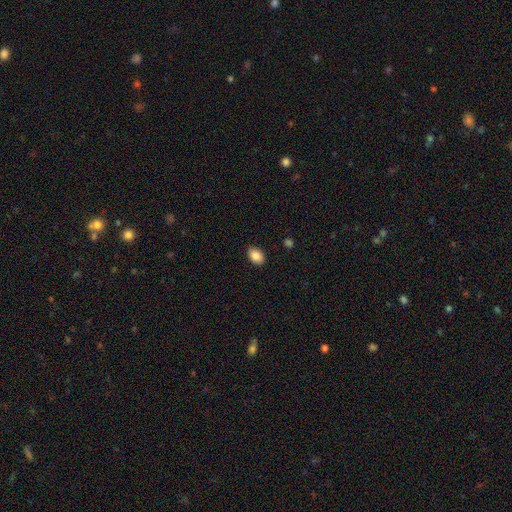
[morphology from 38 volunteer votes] Smooth or featured?
  - smooth: 87% *
  - featured or disk: 11%
  - star or artifact: 3%
How rounded?
  - in between: 73% *
  - round: 27%
  - cigar-shaped: 0%
Merging?
  - none: 89% *
  - minor disturbance: 5%
  - major disturbance: 5%
  - merger: 0%